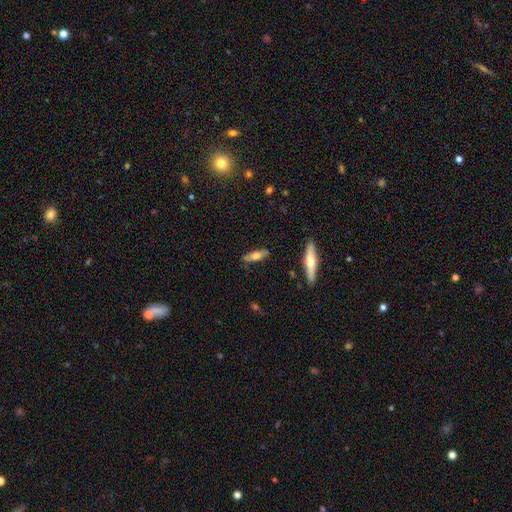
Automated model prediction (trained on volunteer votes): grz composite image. It shows a smooth galaxy with no disk features (55%) that is cigar-shaped (62%). Merging: none (83%).